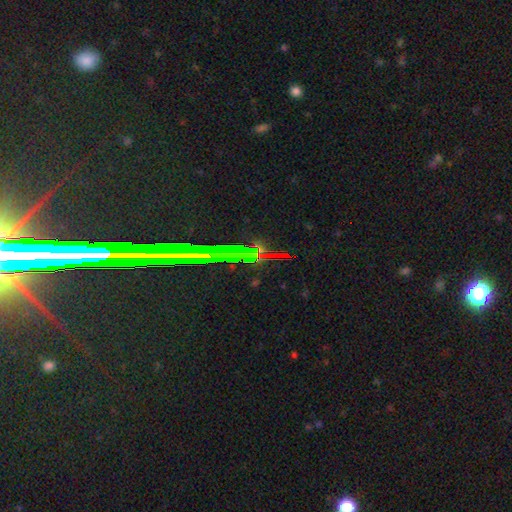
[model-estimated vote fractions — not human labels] A star or artifact, not a galaxy (76%).

Vote fractions:
- Smooth or featured? star or artifact: 76% / featured or disk: 14% / smooth: 10%